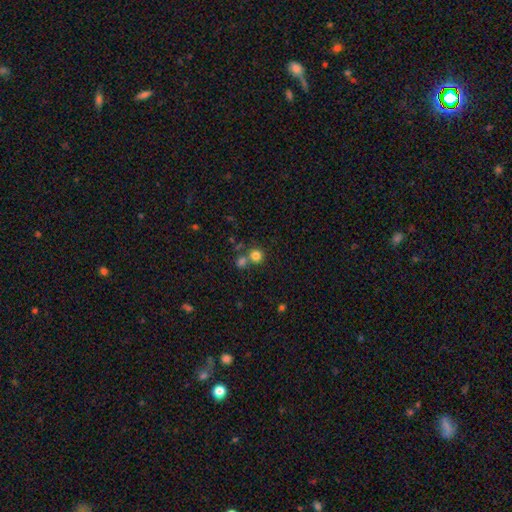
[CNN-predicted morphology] smooth-or-featured: smooth: 79% | star or artifact: 14% | featured or disk: 7%
  how-rounded: round: 91% | in between: 8% | cigar-shaped: 1%
  merging: none: 62% | merger: 28% | minor disturbance: 7% | major disturbance: 3%